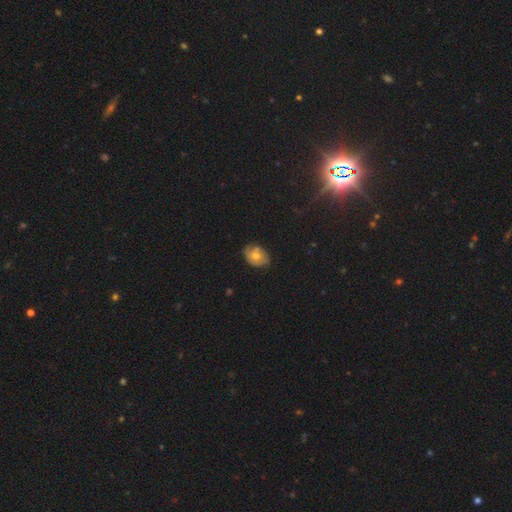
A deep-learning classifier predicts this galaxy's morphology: Smooth or featured? Predicted: smooth (p=0.48). Merging? Predicted: none (p=0.65).